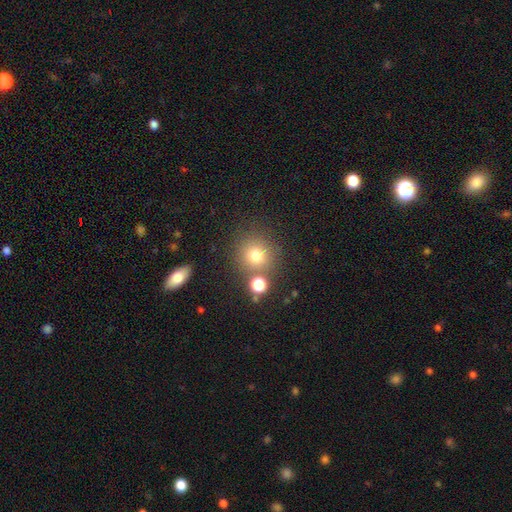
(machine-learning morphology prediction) type=smooth (74%); roundness=round (91%); merging=none (76%).